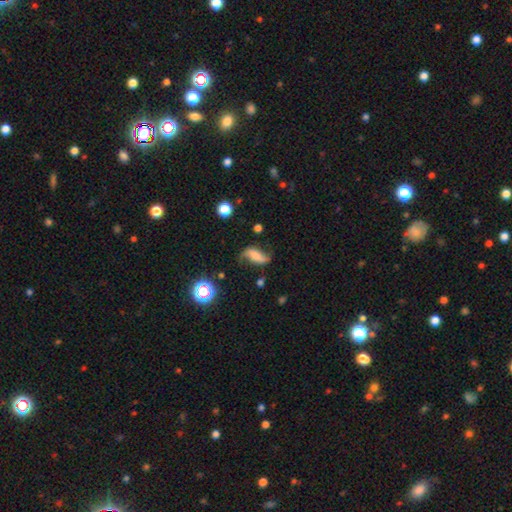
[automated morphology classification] smooth_or_featured: featured or disk (p=0.63) [alt: smooth p=0.26]
disk_edge_on: no (p=0.92) [alt: yes p=0.08]
bar: no (p=0.48) [alt: weak p=0.29]
has_spiral_arms: yes (p=0.91) [alt: no p=0.09]
spiral_winding: loose (p=0.85) [alt: medium p=0.11]
spiral_arm_count: 2 (p=0.90) [alt: 1 p=0.04]
bulge_size: small (p=0.35) [alt: moderate p=0.28]
merging: none (p=0.61) [alt: minor disturbance p=0.24]